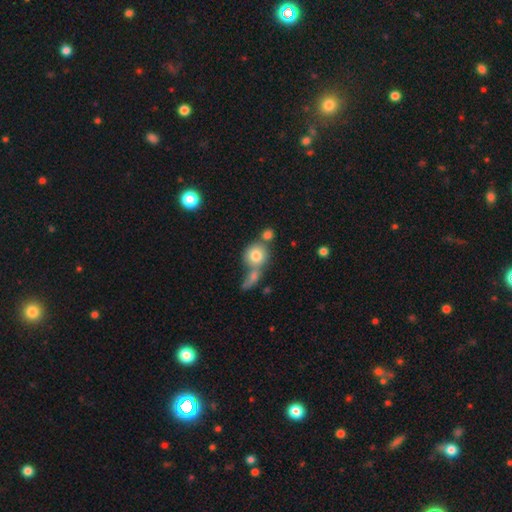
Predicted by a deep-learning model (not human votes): This appears to be a smooth galaxy with no disk features (78%) that is round (82%). Merging: none (44%).